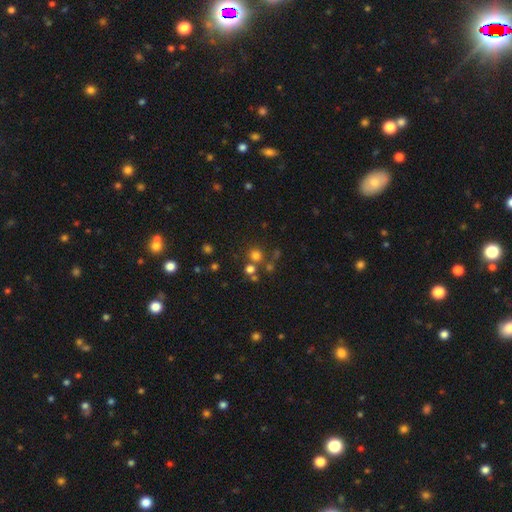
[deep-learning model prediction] Smooth or featured?
  - smooth: 70% *
  - star or artifact: 22%
  - featured or disk: 8%
How rounded?
  - round: 91% *
  - in between: 8%
  - cigar-shaped: 1%
Merging?
  - none: 70% *
  - merger: 18%
  - minor disturbance: 8%
  - major disturbance: 4%